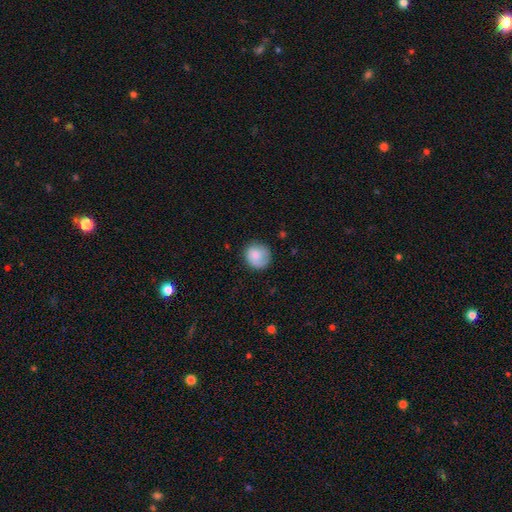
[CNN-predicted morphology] A smooth galaxy with no disk features (82%) that is round (87%). Merging: none (75%).